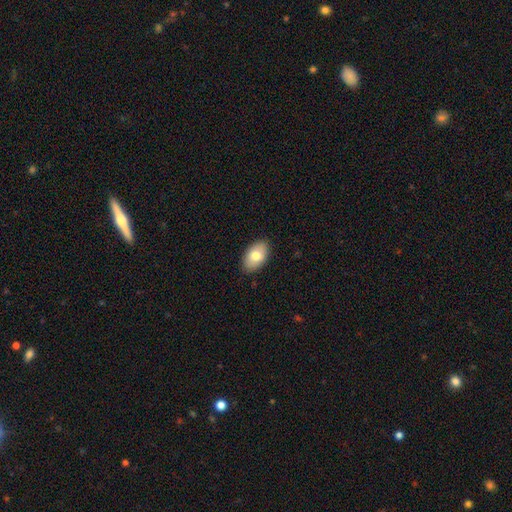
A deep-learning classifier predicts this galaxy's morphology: This appears to be a smooth galaxy with no disk features (77%) that is in between round and cigar-shaped (92%). Merging: none (87%).